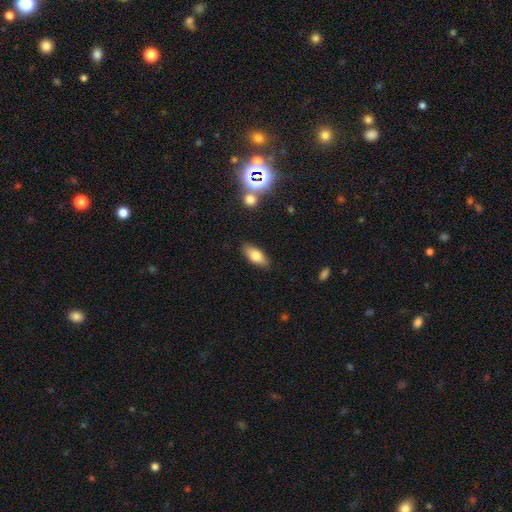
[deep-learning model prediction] Smooth or featured?
  - smooth: 75% *
  - featured or disk: 17%
  - star or artifact: 9%
How rounded?
  - in between: 82% *
  - cigar-shaped: 14%
  - round: 4%
Merging?
  - none: 87% *
  - minor disturbance: 9%
  - major disturbance: 2%
  - merger: 2%